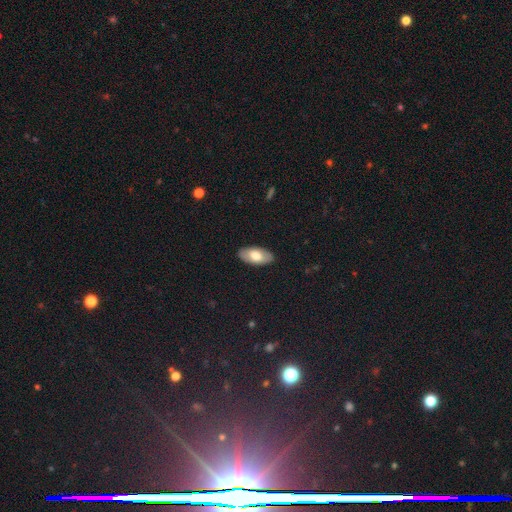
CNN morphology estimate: This appears to be a smooth galaxy with no disk features (69%) that is in between round and cigar-shaped (94%). Merging: none (89%).